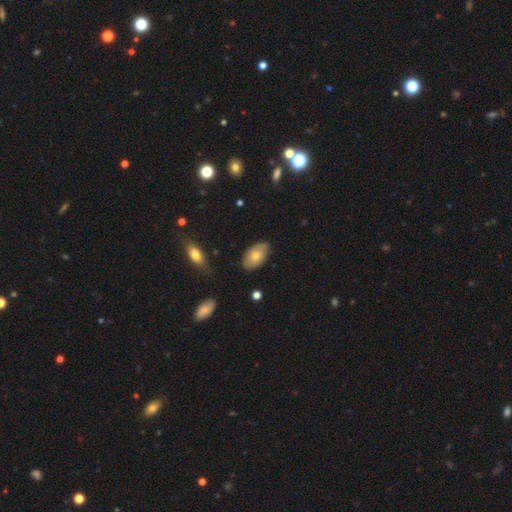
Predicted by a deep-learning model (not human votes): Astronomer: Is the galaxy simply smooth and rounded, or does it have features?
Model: smooth — 67%.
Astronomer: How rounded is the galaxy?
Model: in between — 93%.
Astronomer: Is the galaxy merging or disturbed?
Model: none — 78%.